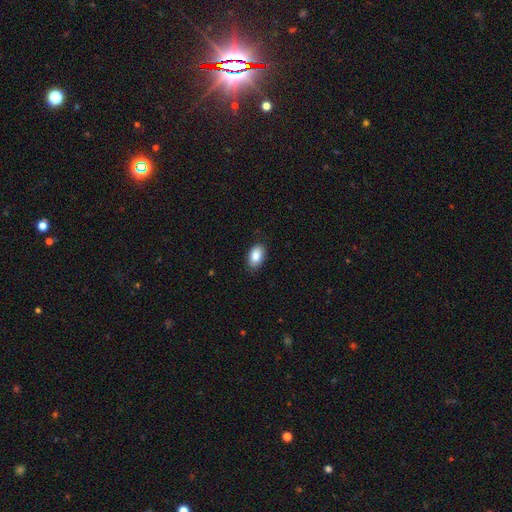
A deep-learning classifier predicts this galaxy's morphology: Q: Smooth or featured?
A: smooth (87%); runner-up: star or artifact (7%)
Q: How rounded?
A: in between (92%); runner-up: round (6%)
Q: Merging?
A: none (86%); runner-up: minor disturbance (11%)